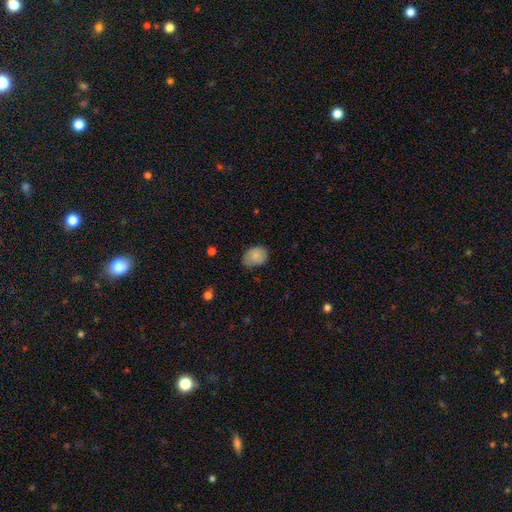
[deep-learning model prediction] A smooth galaxy with no disk features (81%) that is in between round and cigar-shaped (63%). Merging: none (64%).